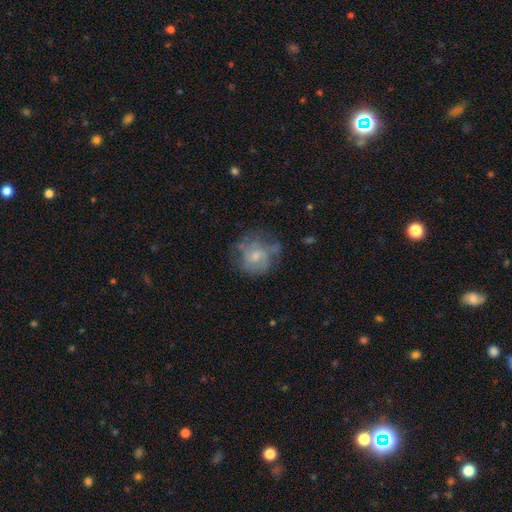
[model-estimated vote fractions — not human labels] A featured or disk galaxy (53%) with no bar (68%), spiral arms (51%) and a moderate central bulge (41%, tied with small).

Vote fractions:
- Smooth or featured? featured or disk: 53% / smooth: 38% / star or artifact: 9%
- Edge-on disk? no: 98% / yes: 2%
- Bar? no: 68% / weak: 28% / strong: 4%
- Spiral arms? yes: 51% / no: 49%
- Bulge size? moderate: 41% (tied) / small: 41% (tied) / none: 13% / large: 4% / dominant: 1%
- Merging? none: 48% / minor disturbance: 26% / major disturbance: 23% / merger: 4%